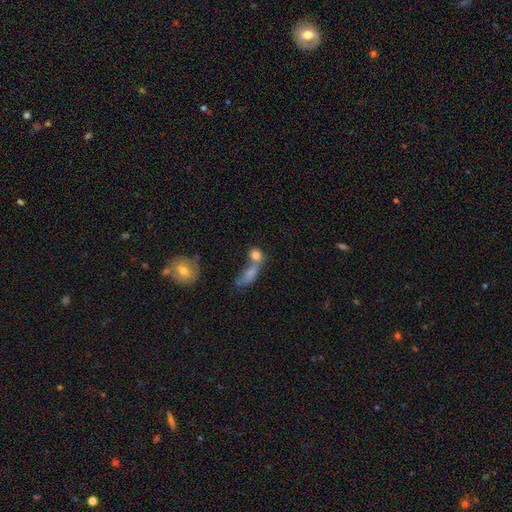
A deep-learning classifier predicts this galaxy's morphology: smooth-or-featured: smooth: 78% | featured or disk: 12% | star or artifact: 10%
  how-rounded: in between: 47% | round: 46% | cigar-shaped: 7%
  merging: merger: 51% | none: 34% | minor disturbance: 9% | major disturbance: 6%